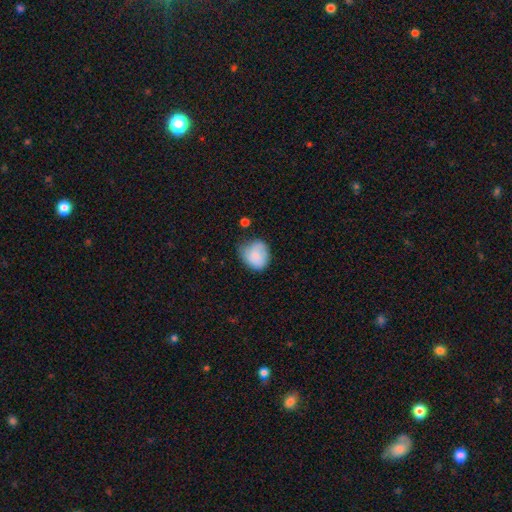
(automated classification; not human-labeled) Smooth or featured: smooth — 78% (featured or disk — 14%)
How rounded: round — 68% (in between — 31%)
Merging: none — 51% (minor disturbance — 36%)